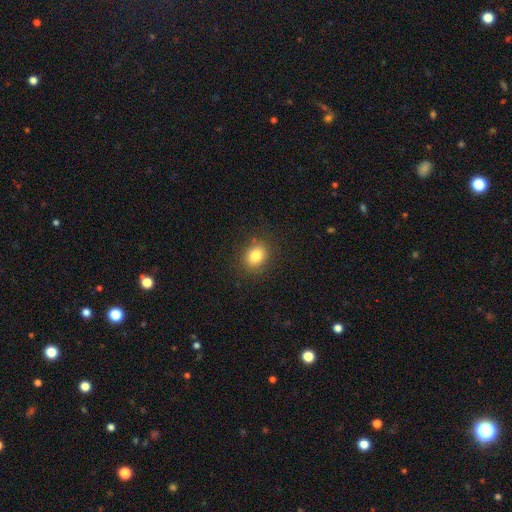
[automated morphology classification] A smooth galaxy with no disk features (82%) that is round (54%). Merging: none (86%).